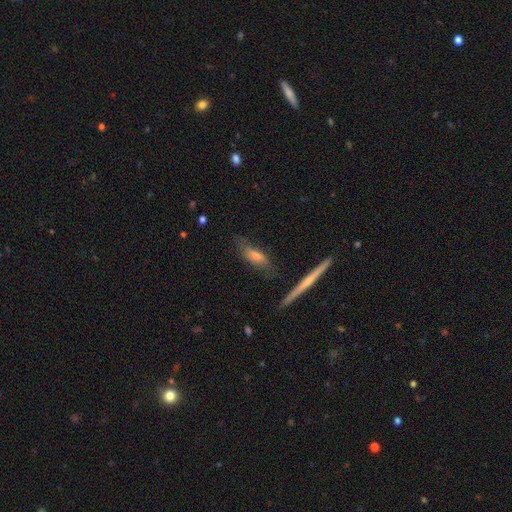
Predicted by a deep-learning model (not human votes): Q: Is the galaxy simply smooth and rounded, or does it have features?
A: smooth — 52%.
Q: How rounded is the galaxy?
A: cigar-shaped — 55%.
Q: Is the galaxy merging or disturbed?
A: none — 68%.